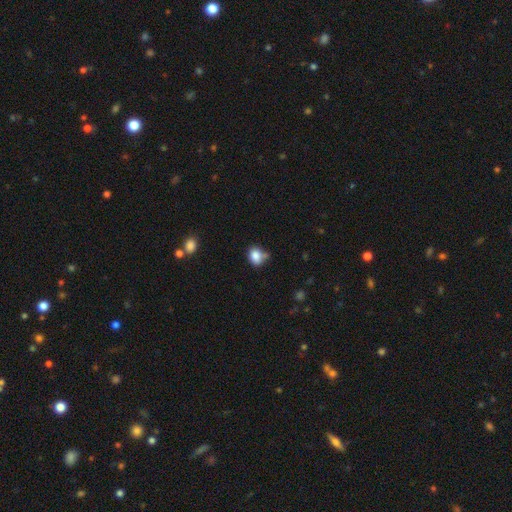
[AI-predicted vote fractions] Overall: smooth (84%). How rounded: in between (52%; round 47%). Merging: none (55%; minor disturbance 24%).